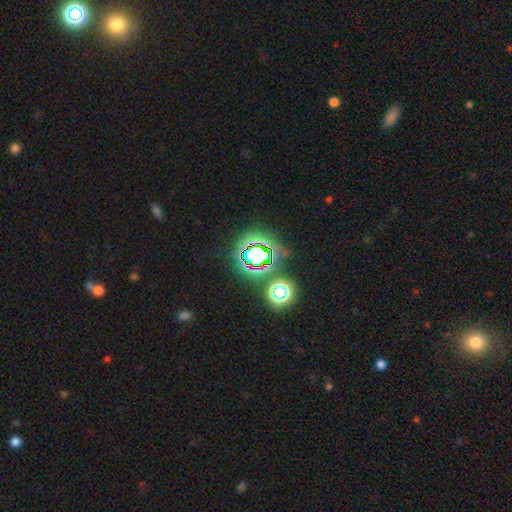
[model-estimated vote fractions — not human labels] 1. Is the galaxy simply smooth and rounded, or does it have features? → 67% star or artifact, 22% smooth, 12% featured or disk.